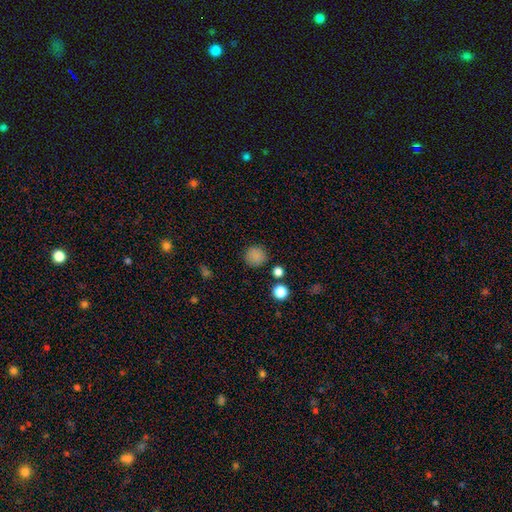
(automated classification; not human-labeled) Morphology: type=smooth (84%); roundness=round (93%); merging=none (87%).